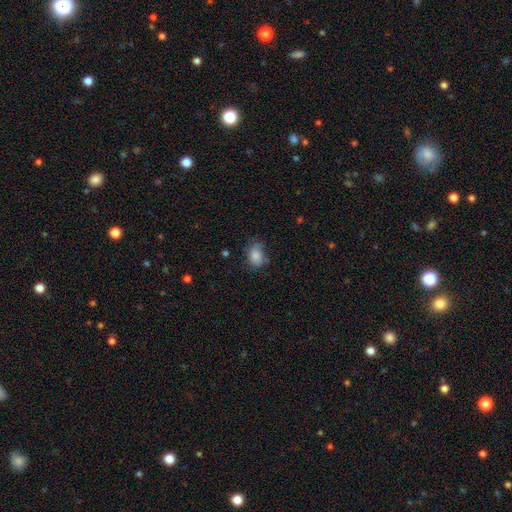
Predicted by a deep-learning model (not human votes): Smooth or featured? smooth (79%)
How rounded? in between (72%)
Merging? none (52%)